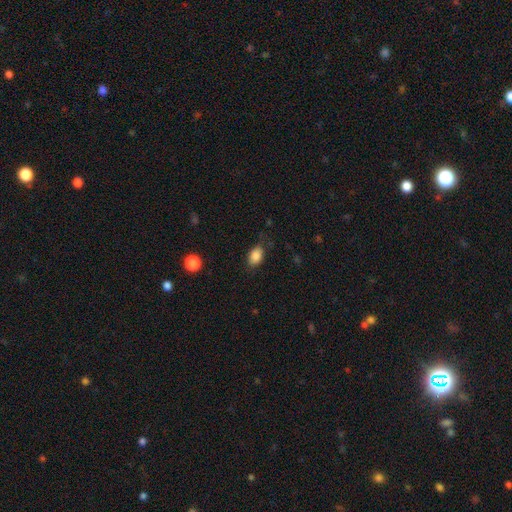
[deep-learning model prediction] This is clearly a smooth galaxy (86%). How rounded: clearly in between (83%). Merging: likely none (77%).